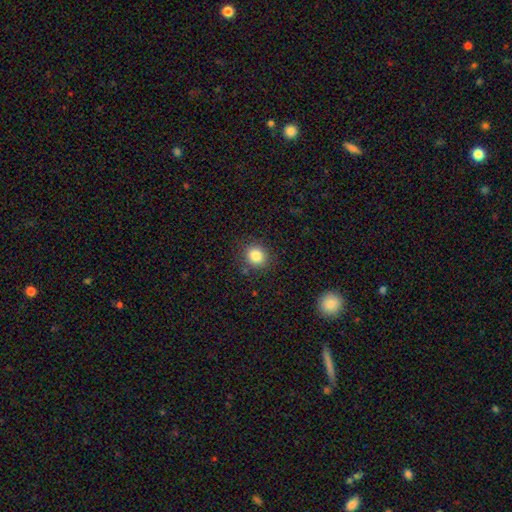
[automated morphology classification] Smooth or featured? Predicted: smooth (p=0.84). How rounded? Predicted: round (p=0.80). Merging? Predicted: none (p=0.85).